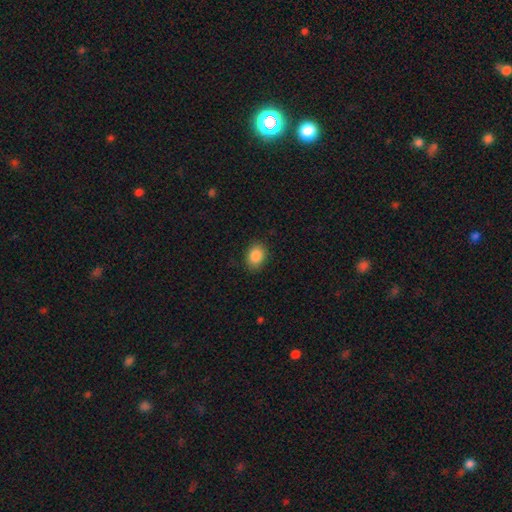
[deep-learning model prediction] Smooth or featured? smooth (87%)
How rounded? in between (65%)
Merging? none (86%)